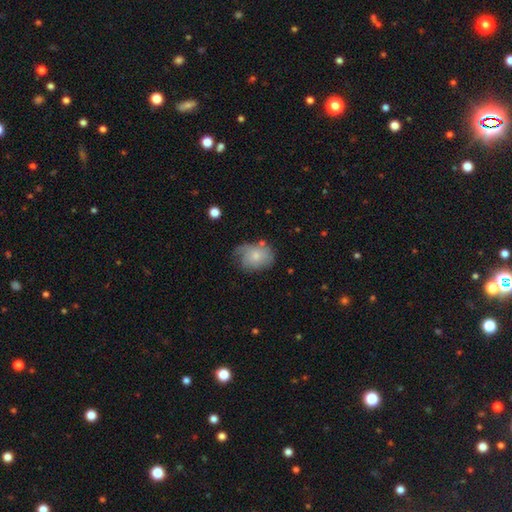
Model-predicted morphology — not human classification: type=smooth (56%); roundness=in between (56%); merging=none (46%).